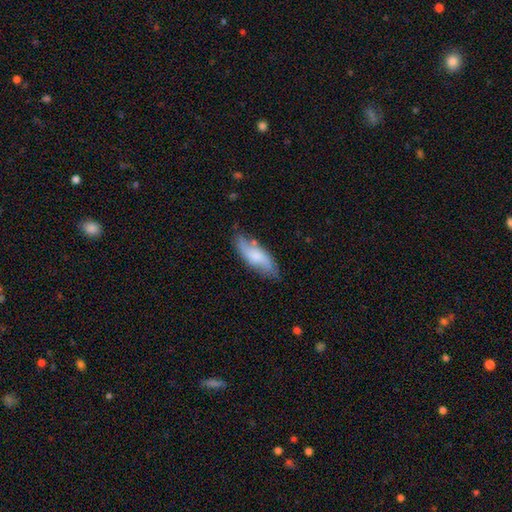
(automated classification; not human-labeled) Smooth or featured: smooth — 57% (featured or disk — 36%)
How rounded: in between — 67% (cigar-shaped — 31%)
Merging: none — 64% (minor disturbance — 26%)